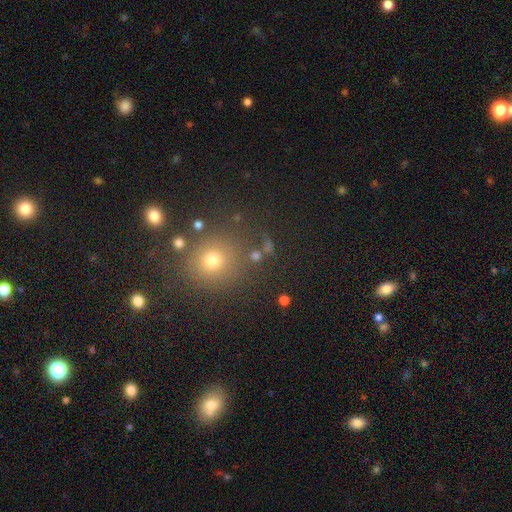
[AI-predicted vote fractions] Q: Smooth or featured?
A: smooth (59%); runner-up: star or artifact (31%)
Q: How rounded?
A: round (86%); runner-up: in between (13%)
Q: Merging?
A: none (79%); runner-up: minor disturbance (9%)